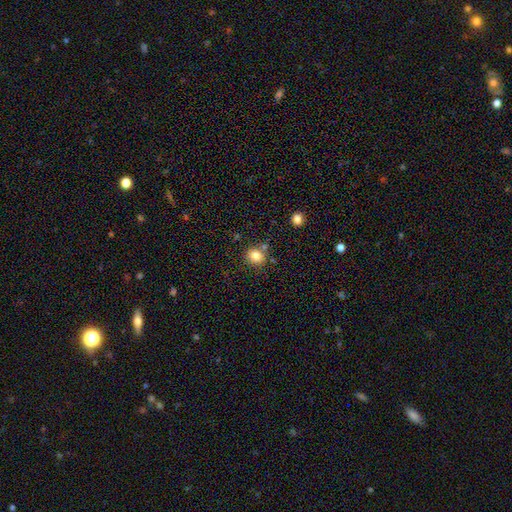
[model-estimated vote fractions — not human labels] Overall: smooth (82%). How rounded: round (82%). Merging: none (77%).